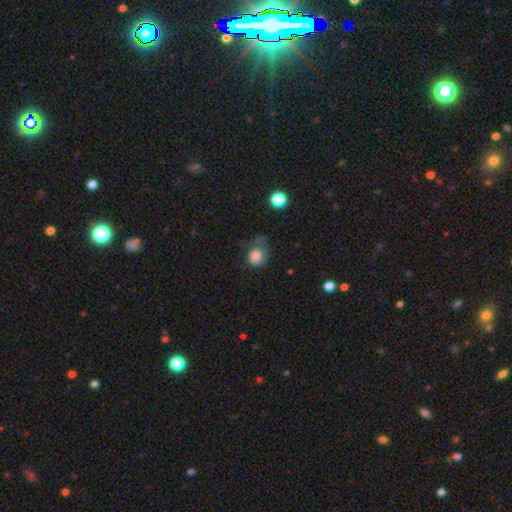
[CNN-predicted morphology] smooth_or_featured: smooth (p=0.80) [alt: star or artifact p=0.10]
how_rounded: round (p=0.63) [alt: in between p=0.36]
merging: none (p=0.40) [alt: minor disturbance p=0.30]